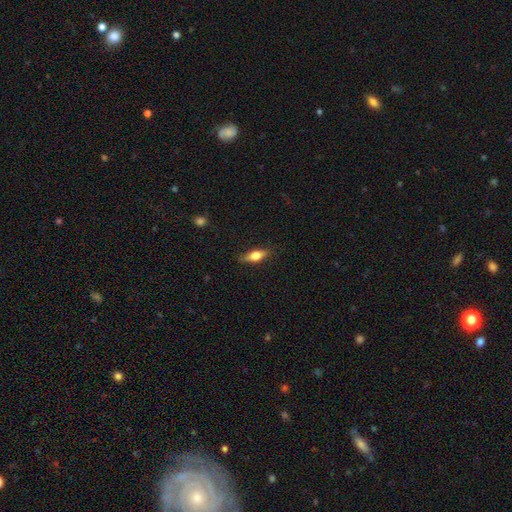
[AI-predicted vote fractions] smooth-or-featured: smooth: 60% | featured or disk: 34% | star or artifact: 7%
  how-rounded: in between: 59% | cigar-shaped: 37% | round: 4%
  merging: none: 83% | minor disturbance: 13% | major disturbance: 3% | merger: 1%